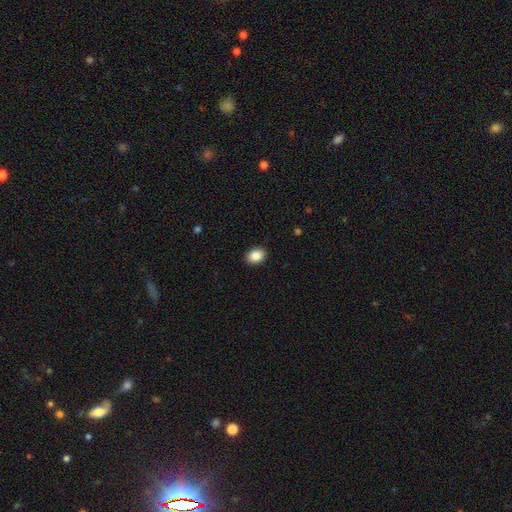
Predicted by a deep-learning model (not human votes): smooth_or_featured: smooth (p=0.86) [alt: star or artifact p=0.08]
how_rounded: in between (p=0.67) [alt: round p=0.32]
merging: none (p=0.91) [alt: minor disturbance p=0.07]